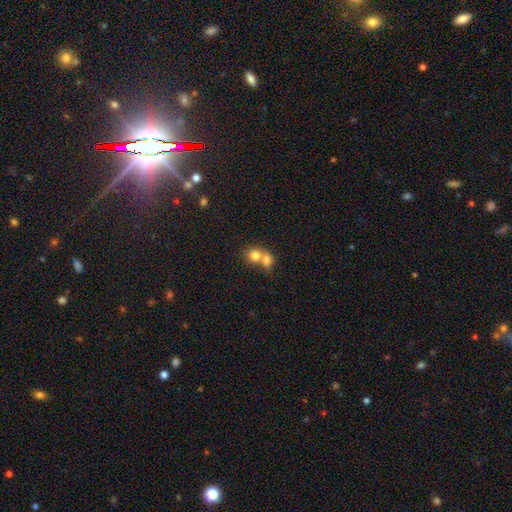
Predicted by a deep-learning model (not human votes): A smooth galaxy with no disk features (77%) that is round (71%). Merging: merger (67%).